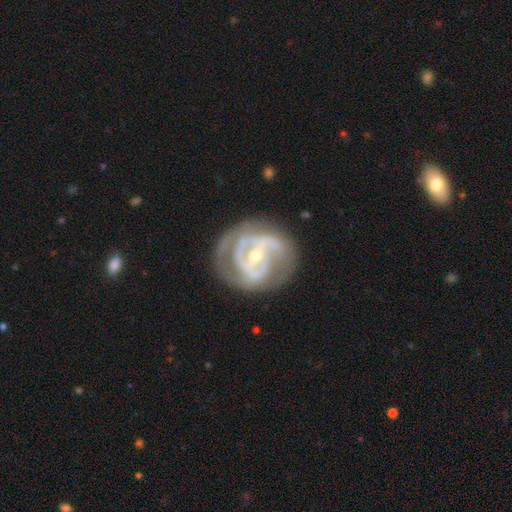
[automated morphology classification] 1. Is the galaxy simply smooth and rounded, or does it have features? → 86% featured or disk, 9% smooth, 5% star or artifact.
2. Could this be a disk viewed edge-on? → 96% no, 4% yes.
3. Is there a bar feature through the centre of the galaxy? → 51% strong, 34% weak, 14% no.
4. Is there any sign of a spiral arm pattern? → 85% yes, 15% no.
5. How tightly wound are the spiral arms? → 48% tight, 39% medium, 13% loose.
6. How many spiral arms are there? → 54% 2, 22% can't tell, 14% 3, 5% 1, 3% 4, 3% more than 4.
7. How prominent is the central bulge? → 53% small, 43% moderate, 2% large, 1% none, 1% dominant.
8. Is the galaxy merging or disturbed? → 67% none, 18% minor disturbance, 13% major disturbance, 2% merger.